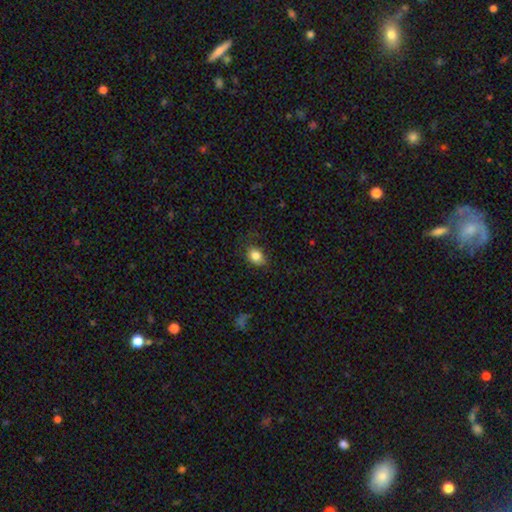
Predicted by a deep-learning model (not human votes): Q: Smooth or featured?
A: smooth (84%); runner-up: star or artifact (9%)
Q: How rounded?
A: in between (65%); runner-up: round (34%)
Q: Merging?
A: none (78%); runner-up: minor disturbance (16%)